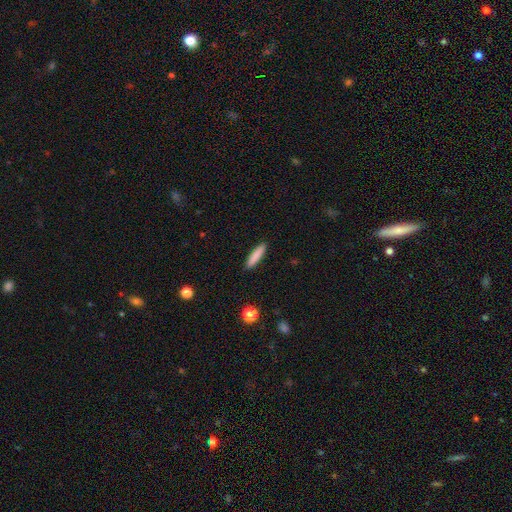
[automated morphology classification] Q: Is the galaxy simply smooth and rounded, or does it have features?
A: smooth — 85%.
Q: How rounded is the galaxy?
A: cigar-shaped — 86%.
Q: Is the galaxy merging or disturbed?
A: none — 91%.